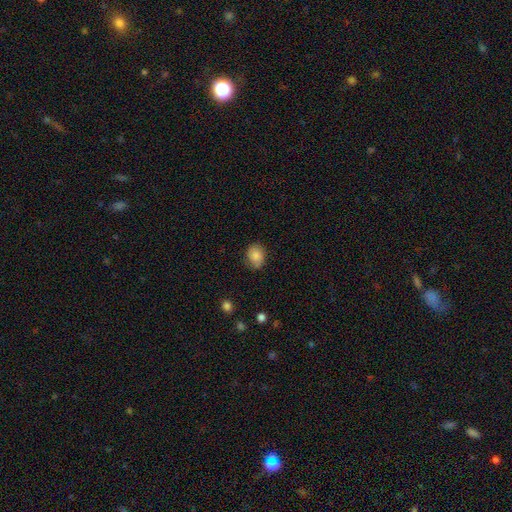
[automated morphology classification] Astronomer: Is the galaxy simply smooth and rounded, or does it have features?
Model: smooth — 83%.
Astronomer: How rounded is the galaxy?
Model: in between — 50% (runner-up: round, 49%).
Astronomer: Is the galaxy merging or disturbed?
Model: none — 73%.